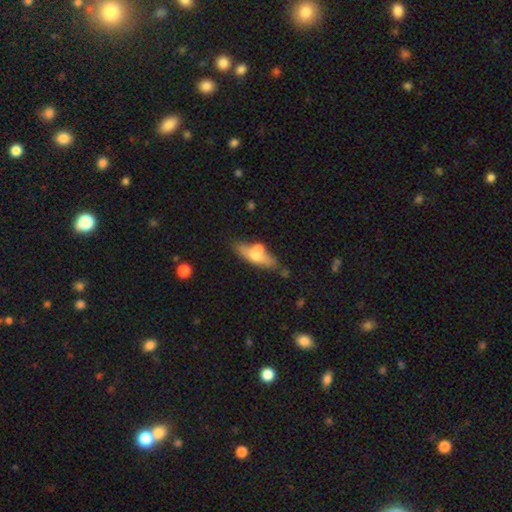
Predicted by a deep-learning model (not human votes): The model was most divided on "how rounded" (2-way tie): in between: 48%, cigar-shaped: 48%, round: 4%. More confident: merging — none (58%); smooth or featured — smooth (51%).